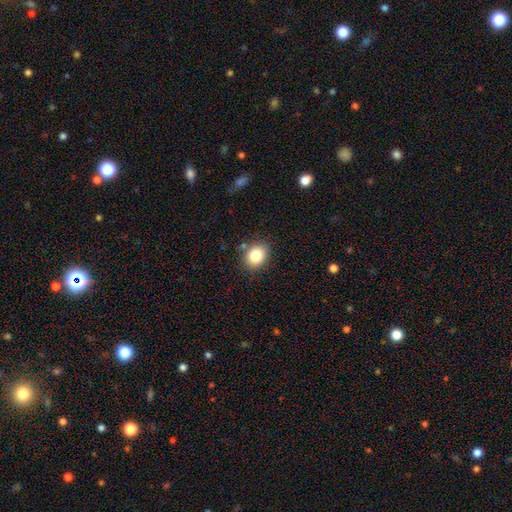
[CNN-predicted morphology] Smooth or featured? Predicted: smooth (p=0.82). How rounded? Predicted: round (p=0.51). Merging? Predicted: none (p=0.82).